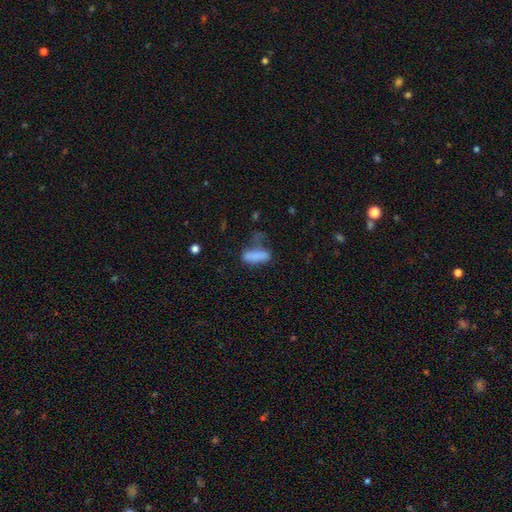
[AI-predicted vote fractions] This appears to be a smooth galaxy with no disk features (80%) that is in between round and cigar-shaped (58%). Merging: none (38%).